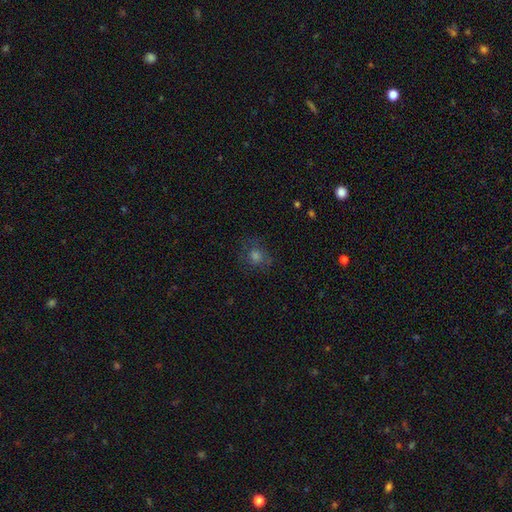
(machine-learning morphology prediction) type=smooth (52%); roundness=round (77%); merging=none (73%).